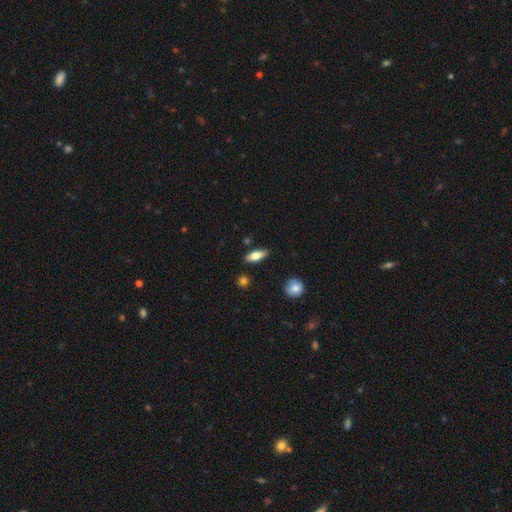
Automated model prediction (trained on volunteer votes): Overall: smooth (69%). How rounded: in between (68%; cigar-shaped 29%). Merging: none (85%).